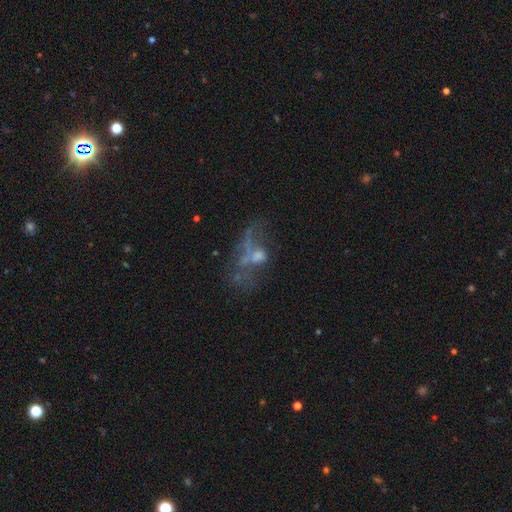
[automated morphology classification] type=featured or disk (52%); edge-on=no (94%); merging=major disturbance (45%).